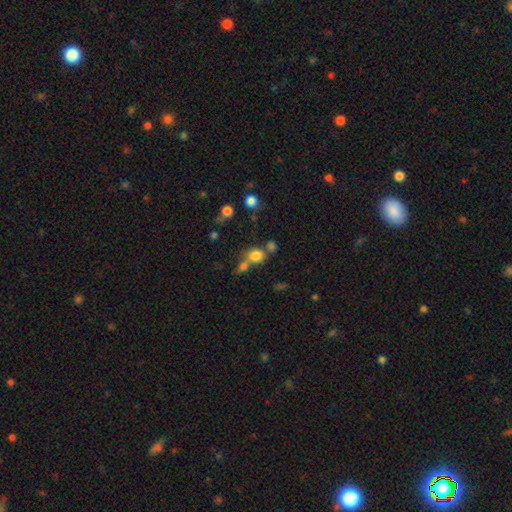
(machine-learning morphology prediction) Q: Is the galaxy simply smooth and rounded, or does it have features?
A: smooth — 77%.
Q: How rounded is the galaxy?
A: round — 62%.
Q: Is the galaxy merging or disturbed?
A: none — 45%.